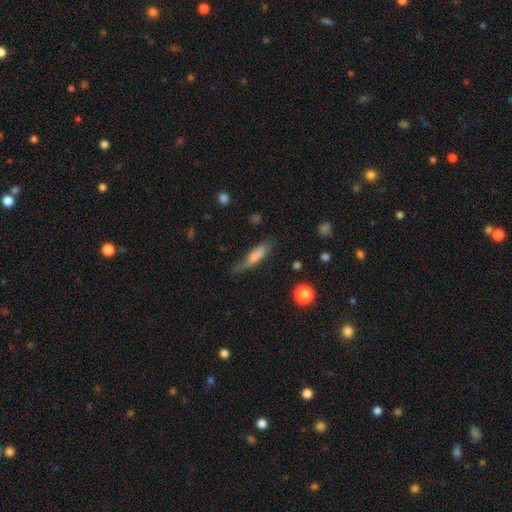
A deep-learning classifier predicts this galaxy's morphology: Smooth or featured? smooth (70%)
How rounded? cigar-shaped (64%)
Merging? none (49%)